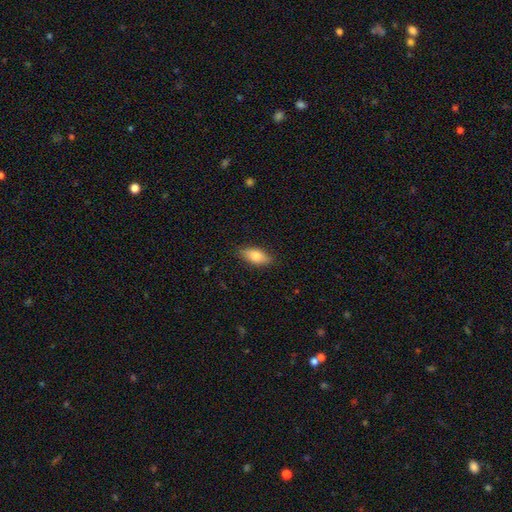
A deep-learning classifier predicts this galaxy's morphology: A smooth galaxy with no disk features (79%) that is in between round and cigar-shaped (82%).

Vote fractions:
- Smooth or featured? smooth: 79% / featured or disk: 15% / star or artifact: 7%
- How rounded? in between: 82% / cigar-shaped: 15% / round: 3%
- Merging? none: 84% / minor disturbance: 13% / major disturbance: 3% / merger: 1%